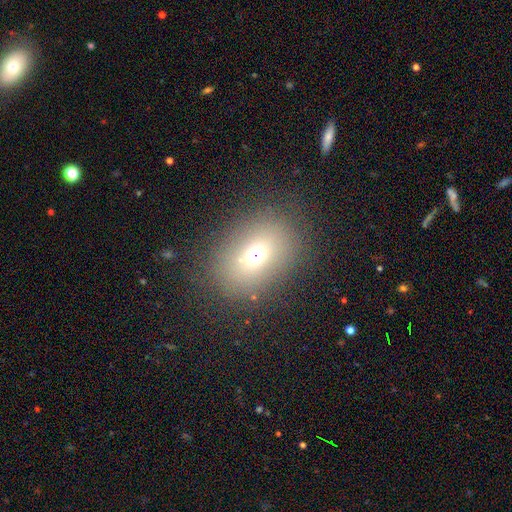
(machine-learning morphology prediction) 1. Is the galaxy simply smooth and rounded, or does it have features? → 66% smooth, 19% star or artifact, 15% featured or disk.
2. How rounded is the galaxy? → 59% in between, 40% round, 1% cigar-shaped.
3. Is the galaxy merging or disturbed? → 75% none, 11% minor disturbance, 7% merger, 6% major disturbance.